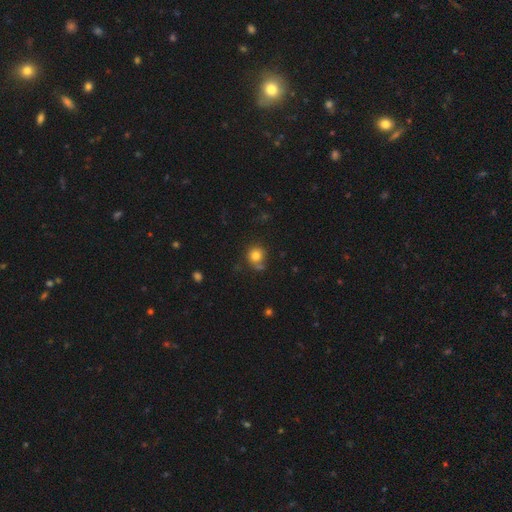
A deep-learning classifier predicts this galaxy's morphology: Overall: smooth (80%). How rounded: round (88%). Merging: none (67%).